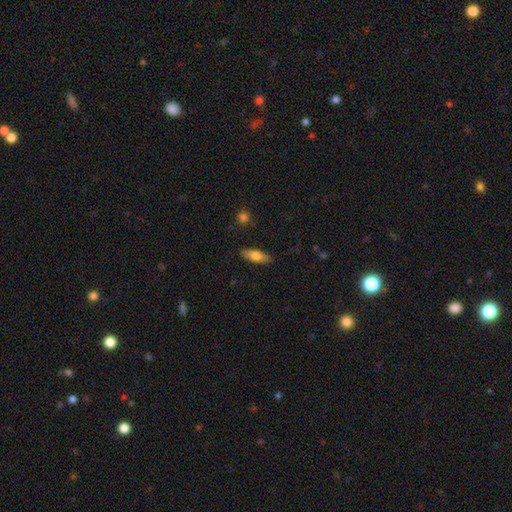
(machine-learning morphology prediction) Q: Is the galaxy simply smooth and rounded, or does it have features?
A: smooth — 72%.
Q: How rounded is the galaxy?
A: in between — 66%.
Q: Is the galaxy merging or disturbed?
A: none — 86%.